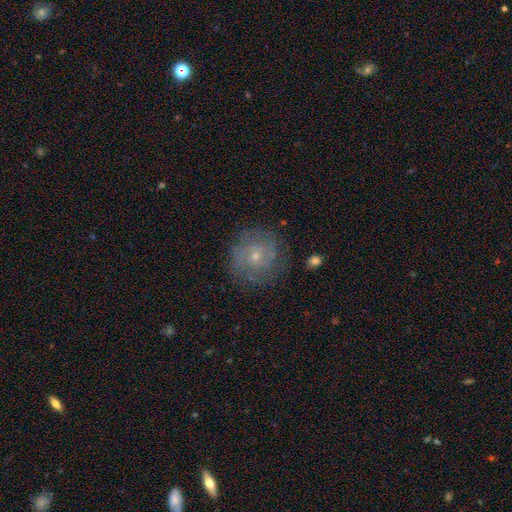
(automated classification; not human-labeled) Smooth or featured? featured or disk (59%)
Edge-on disk? no (97%)
Bar? no (81%)
Spiral arms? yes (77%)
Bulge size? small (72%)
Merging? none (77%)